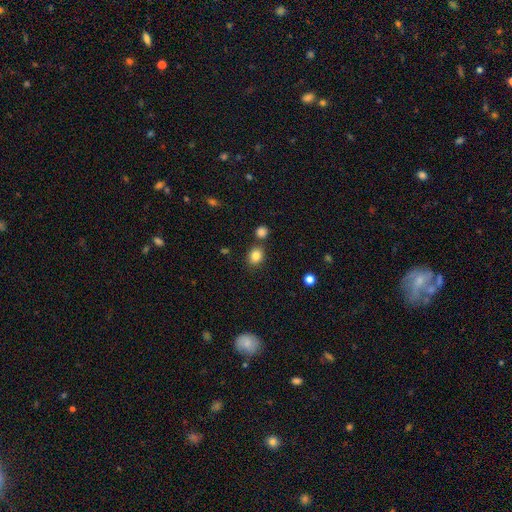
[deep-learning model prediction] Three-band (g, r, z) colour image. It shows a smooth galaxy with no disk features (84%) that is round (64%). Merging: none (77%).